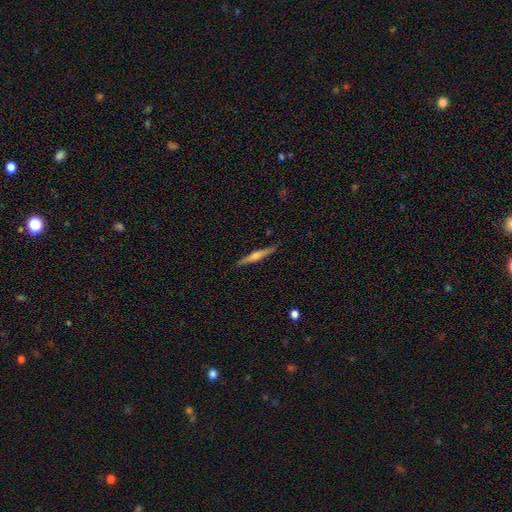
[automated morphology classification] This appears to be a featured or disk galaxy (70%) viewed edge-on (98%) with a rounded central bulge (83%). Merging: none (90%).